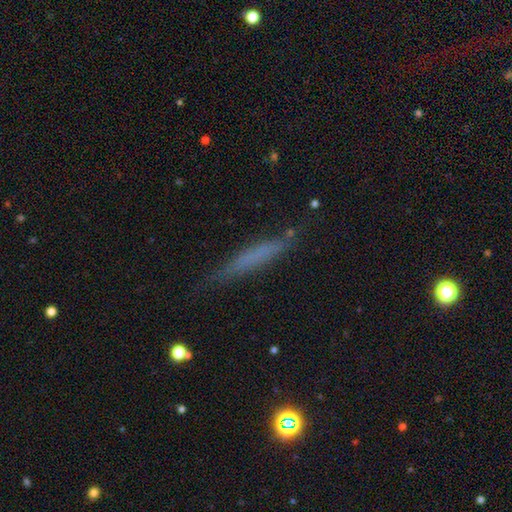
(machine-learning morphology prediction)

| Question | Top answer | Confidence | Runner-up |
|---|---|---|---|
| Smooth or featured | smooth | 55% | featured or disk (35%) |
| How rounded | cigar-shaped | 92% | in between (6%) |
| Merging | none | 80% | minor disturbance (15%) |